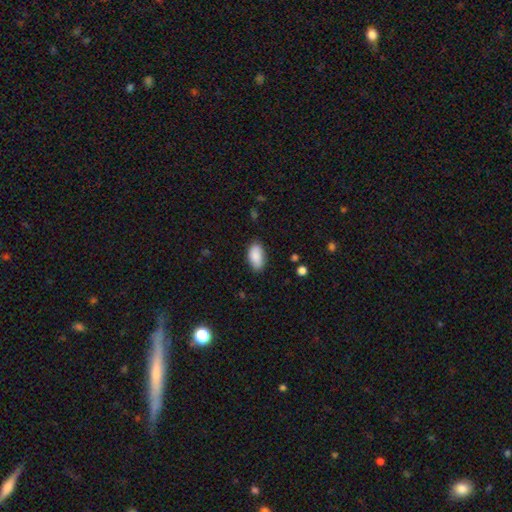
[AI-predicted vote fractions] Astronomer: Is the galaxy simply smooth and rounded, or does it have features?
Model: smooth — 88%.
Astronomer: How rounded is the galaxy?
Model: in between — 94%.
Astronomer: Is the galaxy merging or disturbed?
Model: none — 82%.